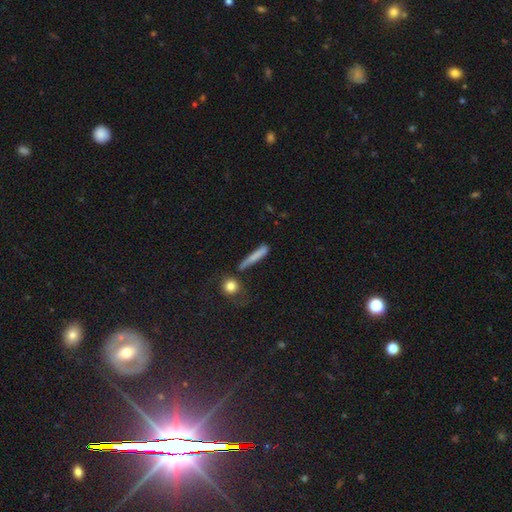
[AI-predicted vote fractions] The model was most divided on "merging": none: 66%, minor disturbance: 19%, merger: 8%, major disturbance: 7%. More confident: how rounded — cigar-shaped (89%); smooth or featured — smooth (74%).